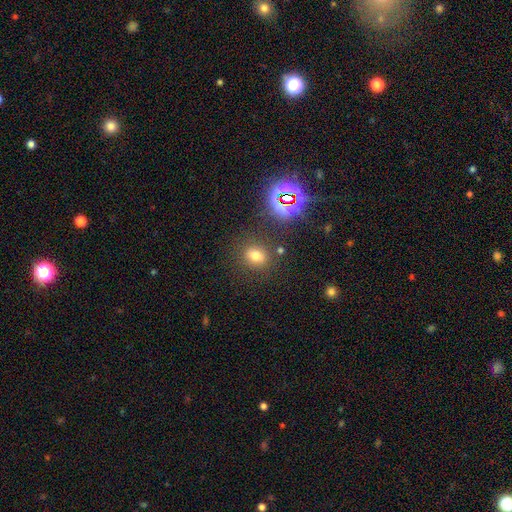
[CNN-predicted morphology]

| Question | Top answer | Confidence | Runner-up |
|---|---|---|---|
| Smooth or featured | smooth | 68% | star or artifact (23%) |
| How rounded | round | 53% | in between (45%) |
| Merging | none | 81% | minor disturbance (10%) |